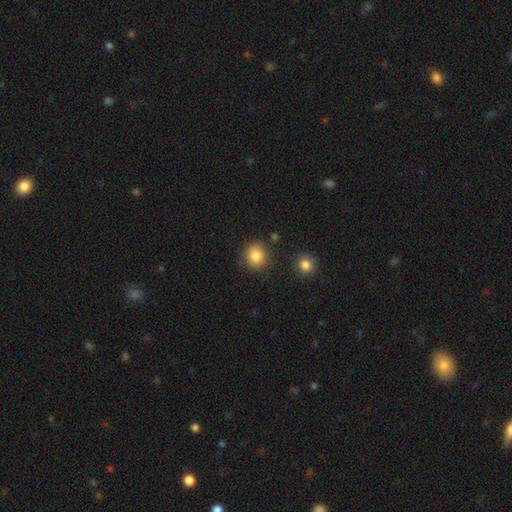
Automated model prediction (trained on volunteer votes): Smooth or featured? smooth (85%)
How rounded? round (84%)
Merging? none (84%)